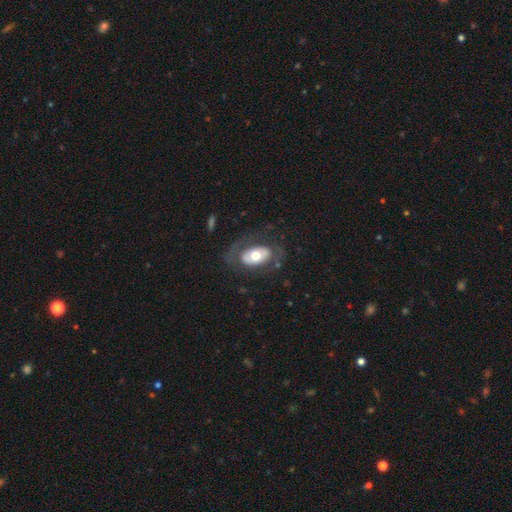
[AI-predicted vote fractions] A featured or disk galaxy (51%). Merging: none (68%).